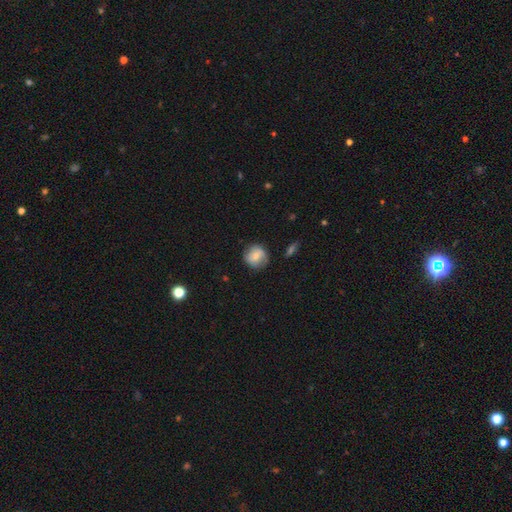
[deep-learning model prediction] Overall: smooth (54%; featured or disk 38%). How rounded: round (86%). Merging: none (77%).